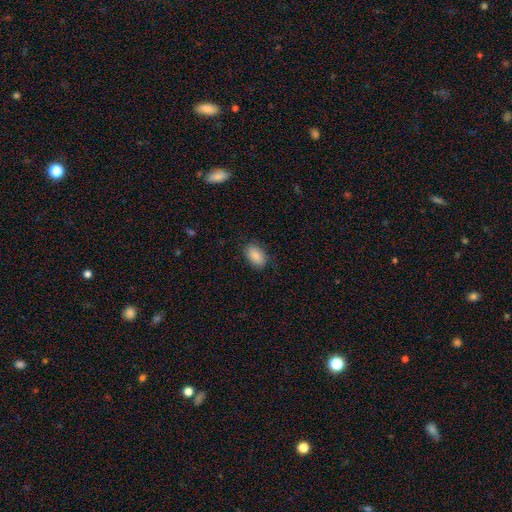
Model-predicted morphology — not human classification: Q: Smooth or featured?
A: smooth (87%); runner-up: star or artifact (7%)
Q: How rounded?
A: in between (91%); runner-up: round (8%)
Q: Merging?
A: none (84%); runner-up: minor disturbance (12%)